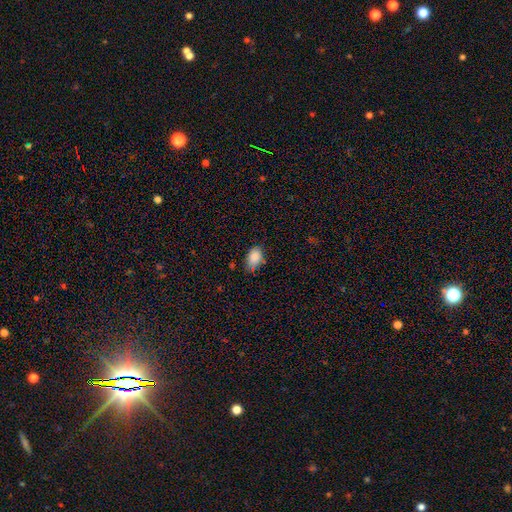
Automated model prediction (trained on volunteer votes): Smooth or featured? smooth (87%)
How rounded? in between (82%)
Merging? none (66%)